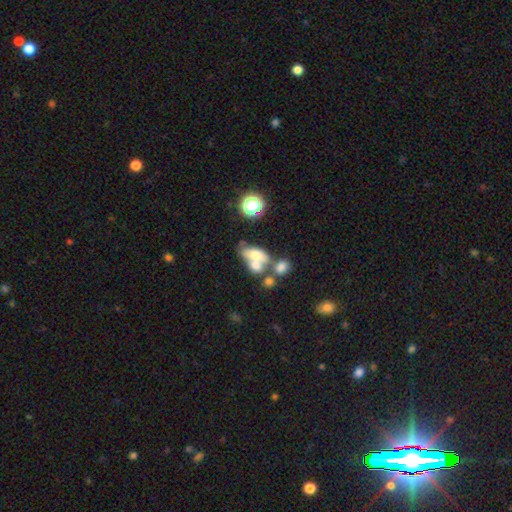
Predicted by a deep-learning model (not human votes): This is possibly a smooth galaxy (59%). How rounded: clearly in between (81%). Merging: possibly merger (54%).